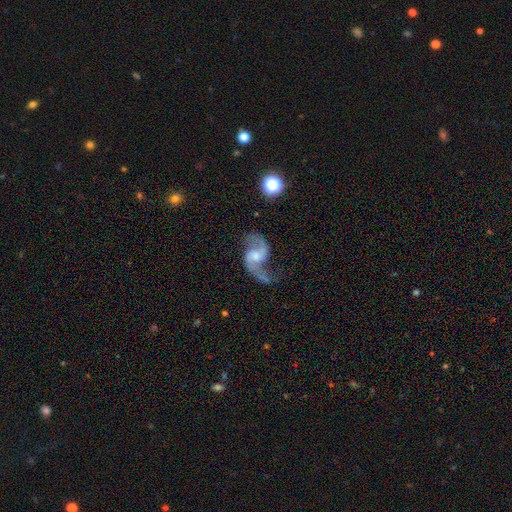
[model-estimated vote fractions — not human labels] Overall: featured or disk (89%). Edge-on disk: no (98%). Bar: no (46%; weak 43%). Spiral arms: yes (97%). Spiral arm count: 2 (93%). Spiral winding: loose (73%). Bulge size: moderate (43%; small 33%). Merging: none (66%).